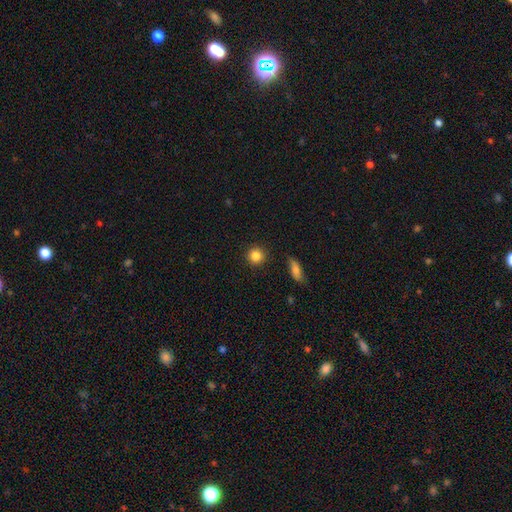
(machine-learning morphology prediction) type=smooth (85%); roundness=round (92%); merging=none (90%).